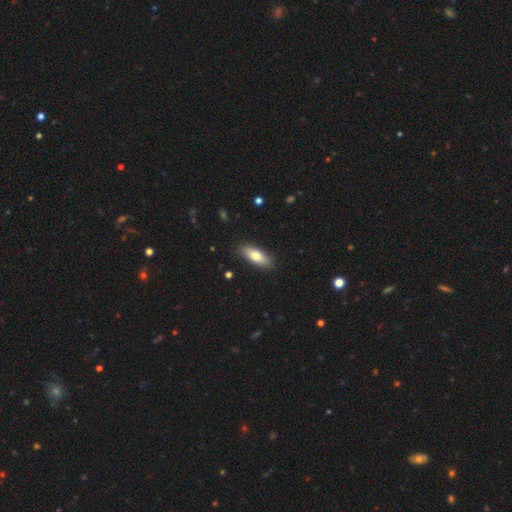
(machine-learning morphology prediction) The model was most divided on "how rounded": in between: 68%, cigar-shaped: 29%, round: 2%. More confident: merging — none (88%); smooth or featured — smooth (73%).